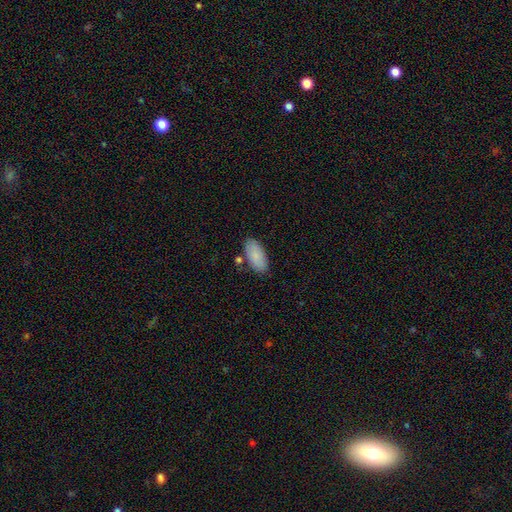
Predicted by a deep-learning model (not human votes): smooth-or-featured: smooth: 86% | featured or disk: 8% | star or artifact: 6%
  how-rounded: in between: 93% | cigar-shaped: 5% | round: 2%
  merging: none: 79% | minor disturbance: 13% | merger: 5% | major disturbance: 3%